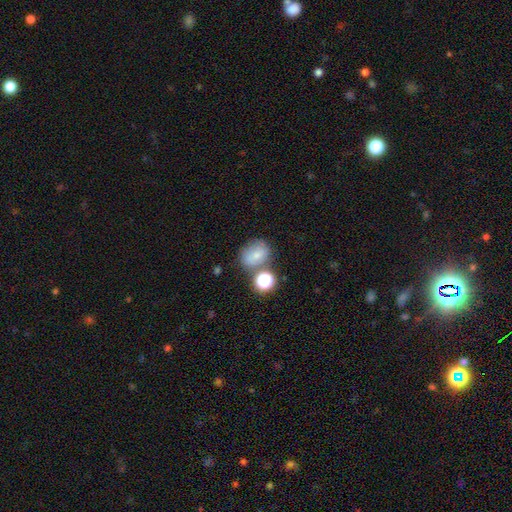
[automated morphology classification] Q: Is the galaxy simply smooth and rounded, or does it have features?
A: smooth — 68%.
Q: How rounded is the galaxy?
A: round — 54%.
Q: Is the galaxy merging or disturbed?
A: none — 56%.